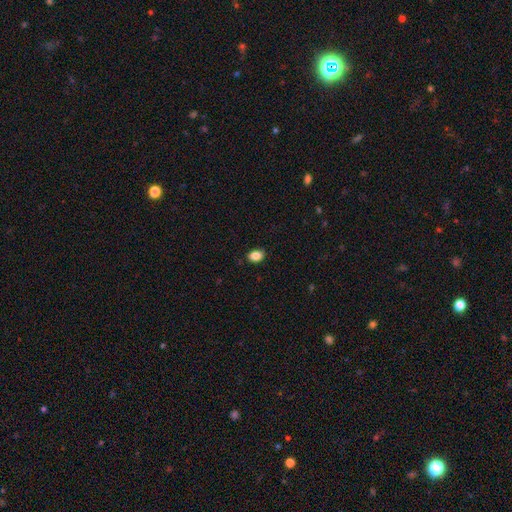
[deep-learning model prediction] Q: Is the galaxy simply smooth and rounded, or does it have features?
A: smooth — 87%.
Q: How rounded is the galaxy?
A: in between — 73%.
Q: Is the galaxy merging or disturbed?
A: none — 85%.